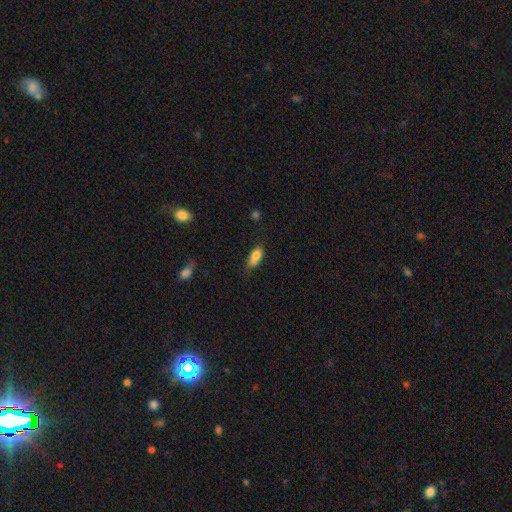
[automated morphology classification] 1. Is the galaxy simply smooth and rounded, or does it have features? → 77% smooth, 14% featured or disk, 9% star or artifact.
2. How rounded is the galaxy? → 76% in between, 19% cigar-shaped, 5% round.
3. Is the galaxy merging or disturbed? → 43% none, 29% minor disturbance, 18% merger, 10% major disturbance.